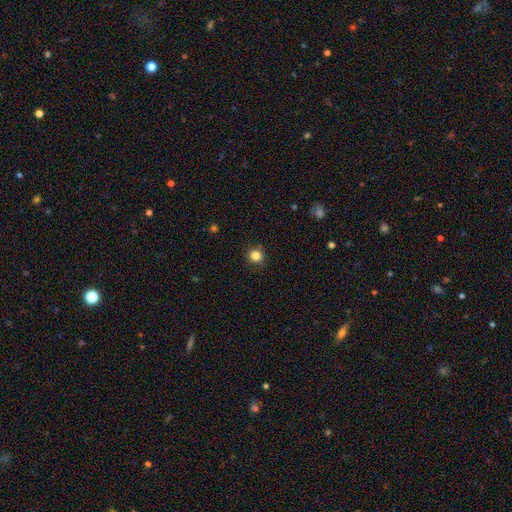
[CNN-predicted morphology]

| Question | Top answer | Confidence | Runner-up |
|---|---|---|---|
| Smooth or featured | smooth | 83% | star or artifact (13%) |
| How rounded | round | 91% | in between (8%) |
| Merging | none | 89% | minor disturbance (8%) |